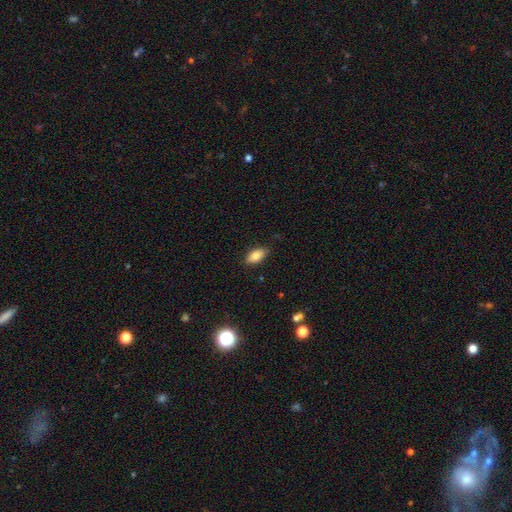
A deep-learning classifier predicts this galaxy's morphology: type=smooth (84%); roundness=in between (91%); merging=none (85%).